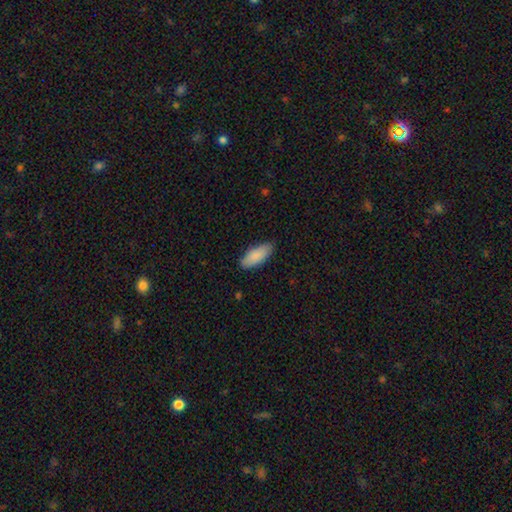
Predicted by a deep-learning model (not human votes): Q: Smooth or featured?
A: smooth (88%); runner-up: featured or disk (6%)
Q: How rounded?
A: in between (81%); runner-up: cigar-shaped (17%)
Q: Merging?
A: none (84%); runner-up: minor disturbance (13%)